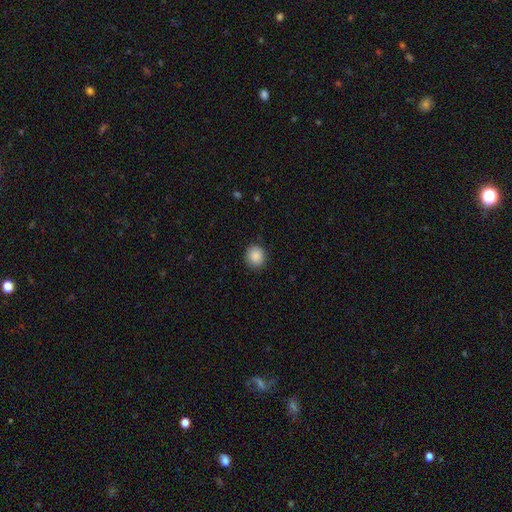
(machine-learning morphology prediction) Smooth or featured? Predicted: smooth (p=0.89). How rounded? Predicted: round (p=0.80). Merging? Predicted: none (p=0.89).